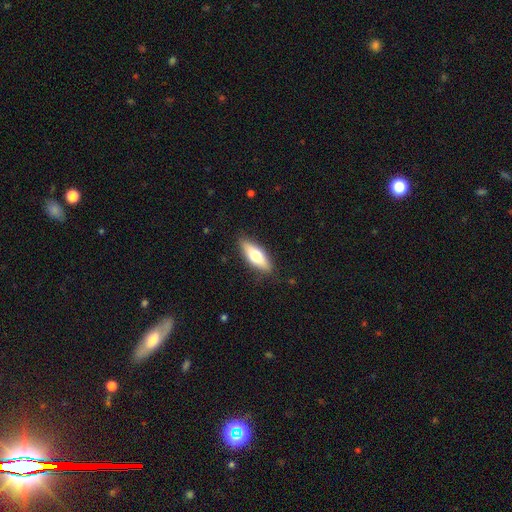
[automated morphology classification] Q: Smooth or featured?
A: smooth (60%); runner-up: featured or disk (34%)
Q: How rounded?
A: in between (62%); runner-up: cigar-shaped (36%)
Q: Merging?
A: none (87%); runner-up: minor disturbance (10%)